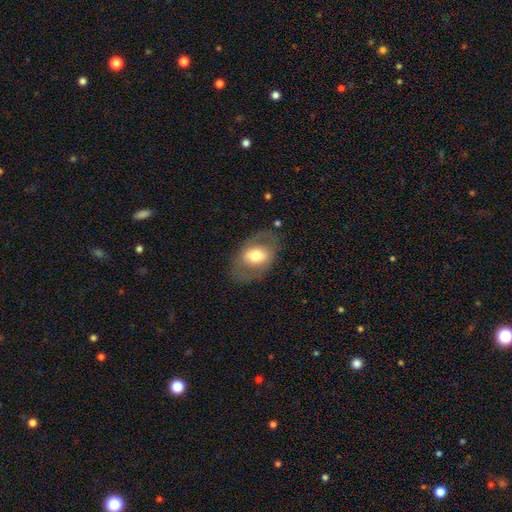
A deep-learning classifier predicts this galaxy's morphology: Smooth or featured? Predicted: smooth (p=0.49). Merging? Predicted: none (p=0.75).